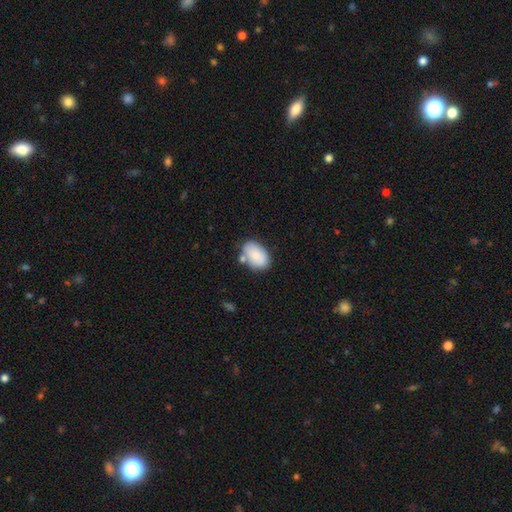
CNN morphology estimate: A smooth galaxy with no disk features (86%) that is in between round and cigar-shaped (91%). Merging: none (66%).